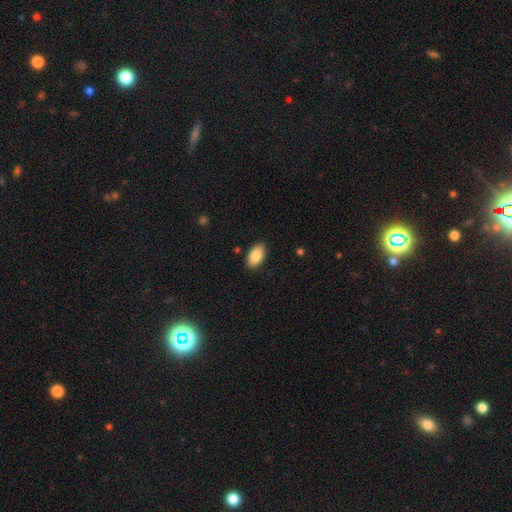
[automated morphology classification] A smooth galaxy with no disk features (86%) that is in between round and cigar-shaped (94%).

Vote fractions:
- Smooth or featured? smooth: 86% / featured or disk: 8% / star or artifact: 6%
- How rounded? in between: 94% / round: 3% / cigar-shaped: 3%
- Merging? none: 88% / minor disturbance: 9% / major disturbance: 2% / merger: 1%